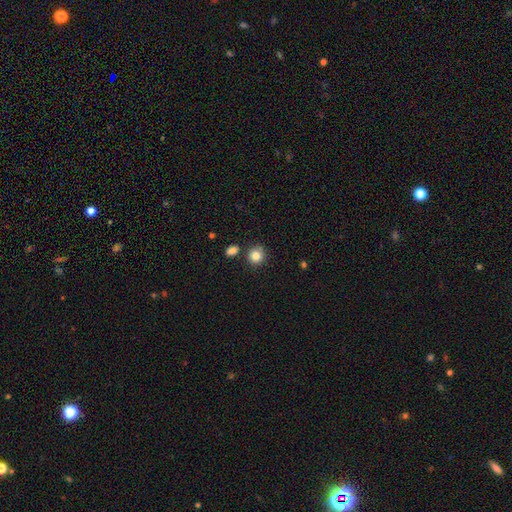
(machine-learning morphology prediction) The model was most divided on "merging": none: 79%, minor disturbance: 10%, merger: 8%, major disturbance: 3%. More confident: how rounded — round (88%); smooth or featured — smooth (85%).